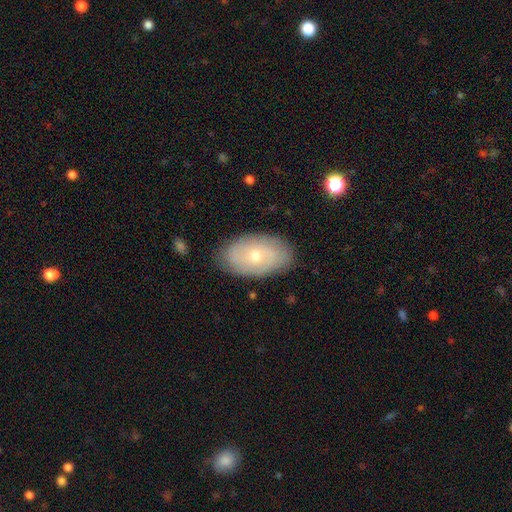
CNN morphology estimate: Smooth or featured: featured or disk — 54% (smooth — 39%)
Edge-on disk: no — 90% (yes — 10%)
Merging: none — 83% (minor disturbance — 13%)